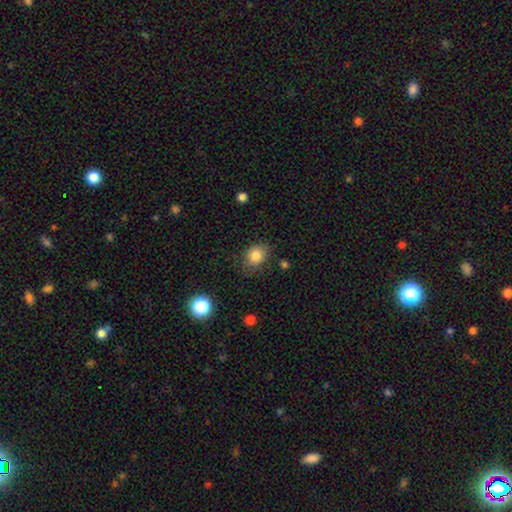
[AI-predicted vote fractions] Morphology: type=smooth (83%); roundness=in between (54%); merging=none (74%).